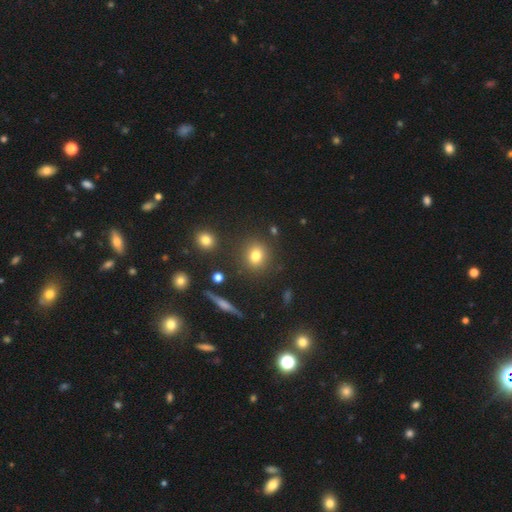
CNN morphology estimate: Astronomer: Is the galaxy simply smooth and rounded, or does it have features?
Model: smooth — 78%.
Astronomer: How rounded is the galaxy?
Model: round — 78%.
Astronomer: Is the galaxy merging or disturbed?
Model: none — 85%.